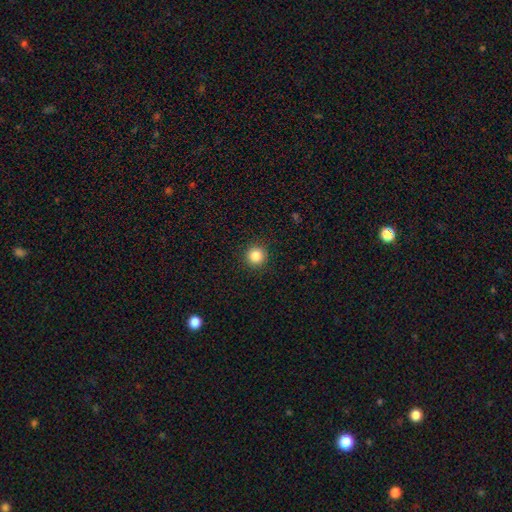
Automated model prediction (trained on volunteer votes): Q: Smooth or featured?
A: smooth (86%); runner-up: star or artifact (10%)
Q: How rounded?
A: round (95%); runner-up: in between (4%)
Q: Merging?
A: none (92%); runner-up: minor disturbance (5%)